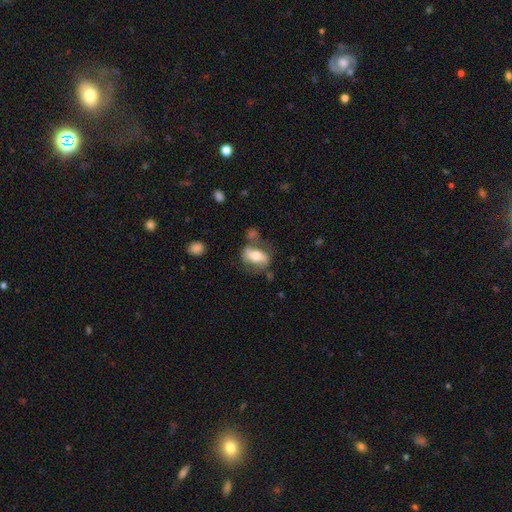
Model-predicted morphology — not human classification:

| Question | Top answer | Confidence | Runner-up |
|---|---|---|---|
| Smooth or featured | smooth | 51% | featured or disk (43%) |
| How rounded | in between | 83% | round (9%) |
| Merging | none | 56% | minor disturbance (21%) |